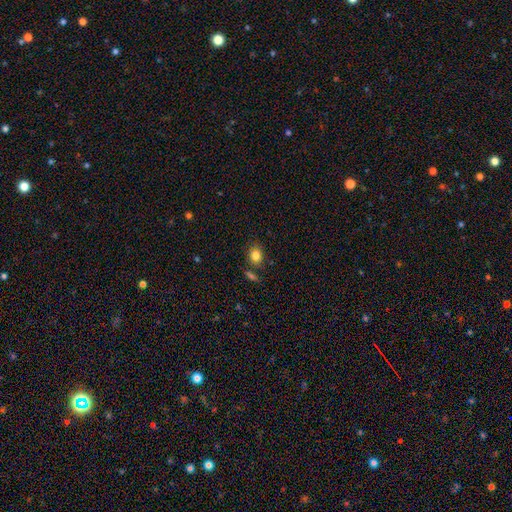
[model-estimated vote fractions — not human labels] Smooth or featured? Predicted: smooth (p=0.83). How rounded? Predicted: round (p=0.57). Merging? Predicted: none (p=0.73).